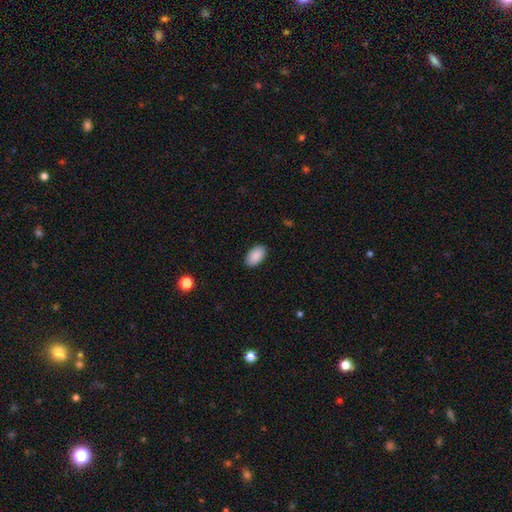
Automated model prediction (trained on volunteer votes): A smooth galaxy with no disk features (90%) that is in between round and cigar-shaped (95%).

Vote fractions:
- Smooth or featured? smooth: 90% / star or artifact: 6% / featured or disk: 3%
- How rounded? in between: 95% / round: 4% / cigar-shaped: 1%
- Merging? none: 89% / minor disturbance: 8% / major disturbance: 2% / merger: 1%